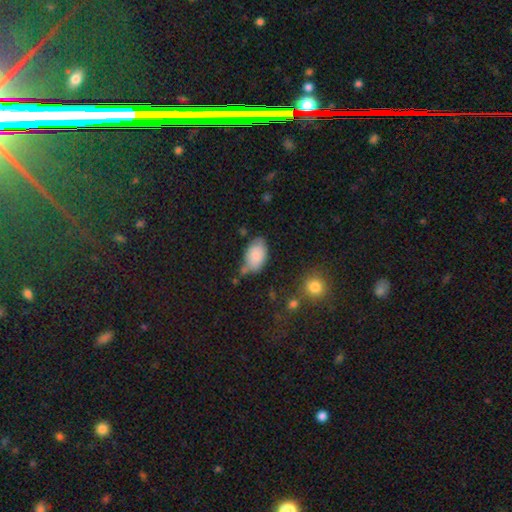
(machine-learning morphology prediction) smooth_or_featured: smooth (p=0.83) [alt: featured or disk p=0.10]
how_rounded: in between (p=0.92) [alt: round p=0.06]
merging: none (p=0.53) [alt: minor disturbance p=0.31]